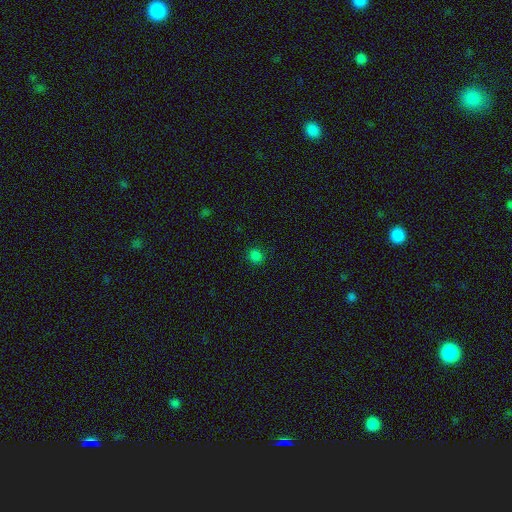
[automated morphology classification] This is clearly a smooth galaxy (81%). How rounded: clearly round (84%). Merging: clearly none (89%).